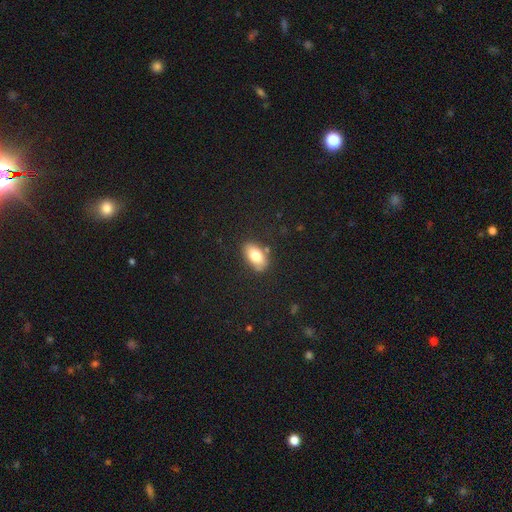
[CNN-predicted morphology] A smooth galaxy with no disk features (78%) that is in between round and cigar-shaped (91%).

Vote fractions:
- Smooth or featured? smooth: 78% / featured or disk: 14% / star or artifact: 8%
- How rounded? in between: 91% / round: 7% / cigar-shaped: 3%
- Merging? none: 79% / minor disturbance: 14% / major disturbance: 4% / merger: 3%